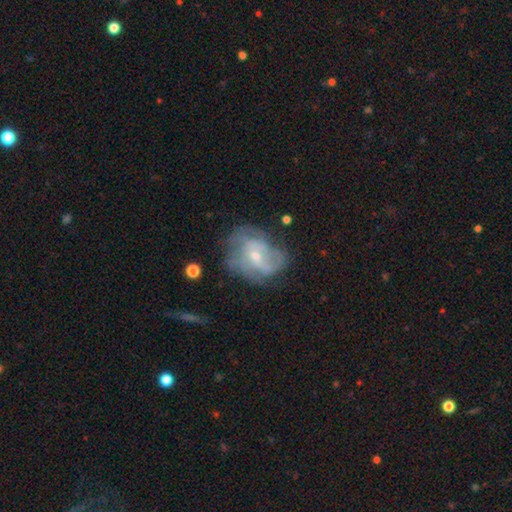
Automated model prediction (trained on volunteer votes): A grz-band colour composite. It shows a featured or disk galaxy (71%) with no bar (59%), medium (41%) spiral arms (76%) and a small central bulge (60%). Merging: none (51%).